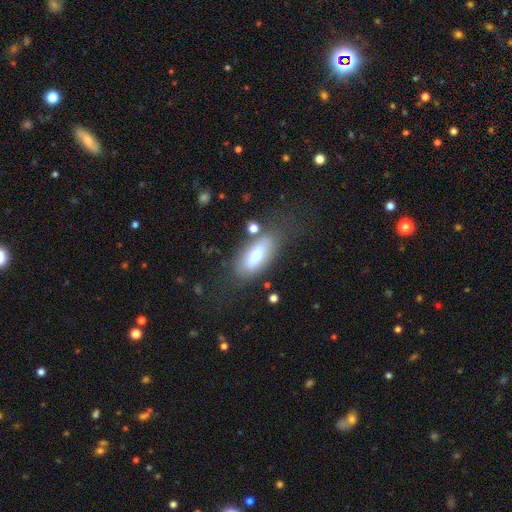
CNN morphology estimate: This appears to be a smooth galaxy with no disk features (69%) that is in between round and cigar-shaped (78%). Merging: none (66%).